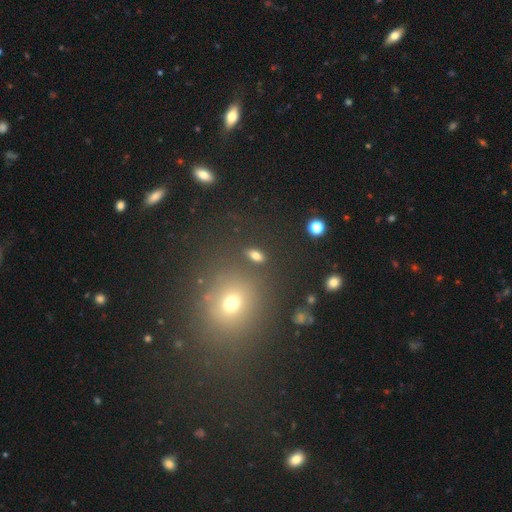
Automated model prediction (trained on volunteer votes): Smooth or featured?
  - smooth: 77% *
  - star or artifact: 14%
  - featured or disk: 9%
How rounded?
  - in between: 80% *
  - round: 12%
  - cigar-shaped: 8%
Merging?
  - none: 86% *
  - minor disturbance: 8%
  - merger: 4%
  - major disturbance: 3%